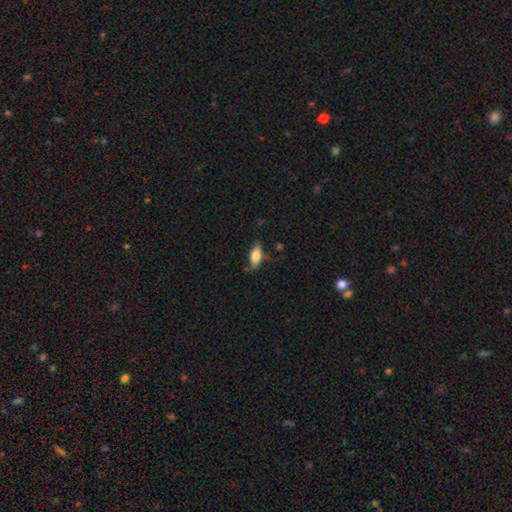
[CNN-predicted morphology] A smooth galaxy with no disk features (74%) that is in between round and cigar-shaped (79%). Merging: none (69%).